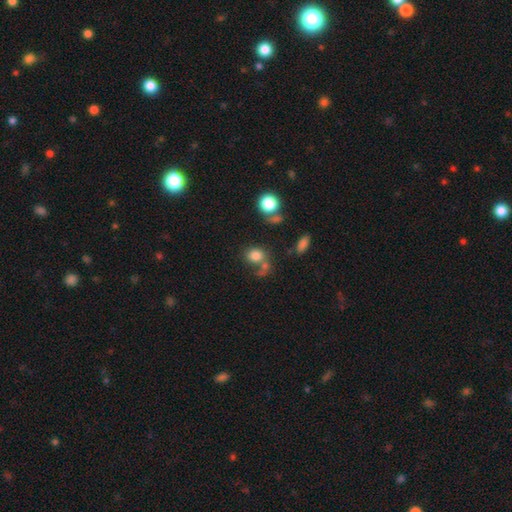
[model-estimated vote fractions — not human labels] Smooth or featured? Predicted: smooth (p=0.78). How rounded? Predicted: round (p=0.64). Merging? Predicted: none (p=0.44).